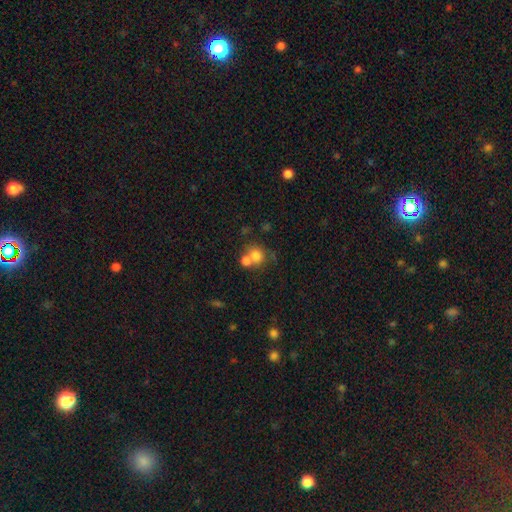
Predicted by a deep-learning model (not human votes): A smooth galaxy with no disk features (75%) that is round (79%). Merging: merger (49%).